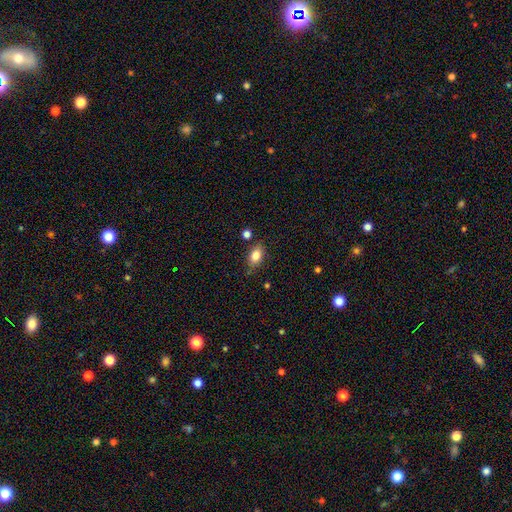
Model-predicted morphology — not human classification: smooth_or_featured: smooth (p=0.82) [alt: featured or disk p=0.10]
how_rounded: in between (p=0.84) [alt: round p=0.12]
merging: none (p=0.77) [alt: minor disturbance p=0.16]